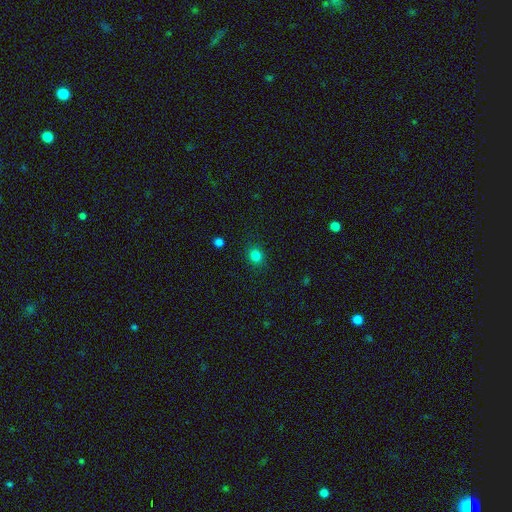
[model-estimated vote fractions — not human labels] Overall: smooth (82%). How rounded: round (80%). Merging: none (88%).